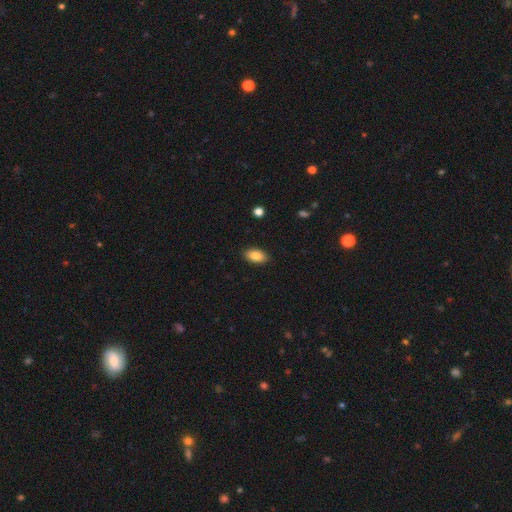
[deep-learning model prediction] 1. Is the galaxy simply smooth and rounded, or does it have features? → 84% smooth, 8% featured or disk, 8% star or artifact.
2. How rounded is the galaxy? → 92% in between, 4% round, 4% cigar-shaped.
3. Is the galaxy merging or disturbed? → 89% none, 8% minor disturbance, 2% major disturbance, 1% merger.